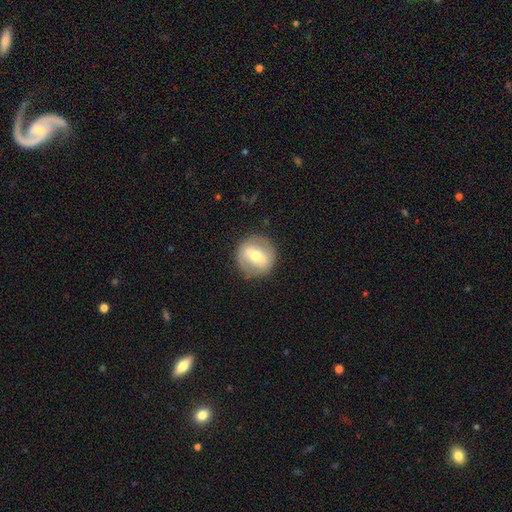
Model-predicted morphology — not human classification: A featured or disk galaxy (49%). Merging: none (84%).